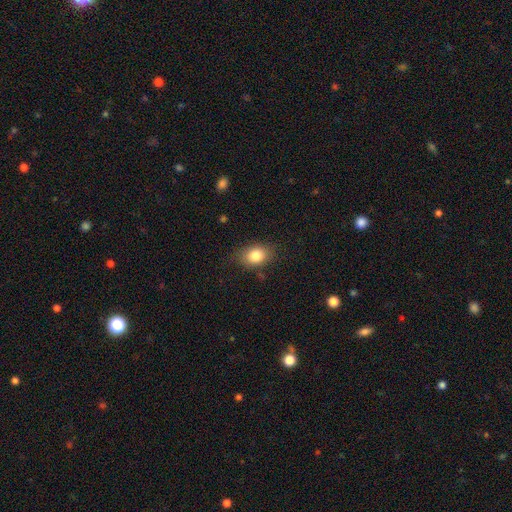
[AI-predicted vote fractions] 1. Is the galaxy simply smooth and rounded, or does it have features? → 82% smooth, 9% star or artifact, 9% featured or disk.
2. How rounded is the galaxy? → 69% in between, 29% round, 1% cigar-shaped.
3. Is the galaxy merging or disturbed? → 80% none, 15% minor disturbance, 4% major disturbance, 1% merger.